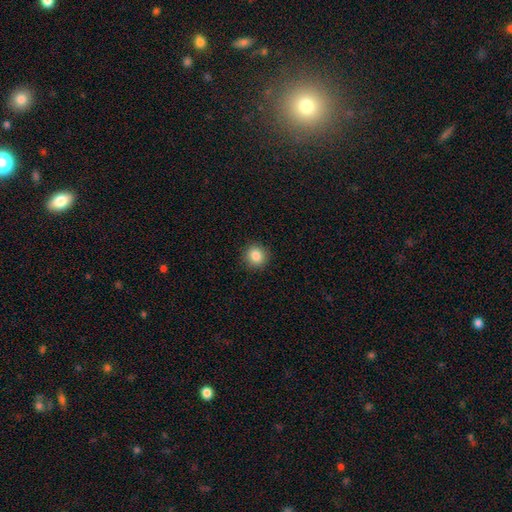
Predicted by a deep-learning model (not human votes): The model was most divided on "smooth or featured": smooth: 86%, star or artifact: 10%, featured or disk: 4%. More confident: merging — none (91%); how rounded — round (90%).